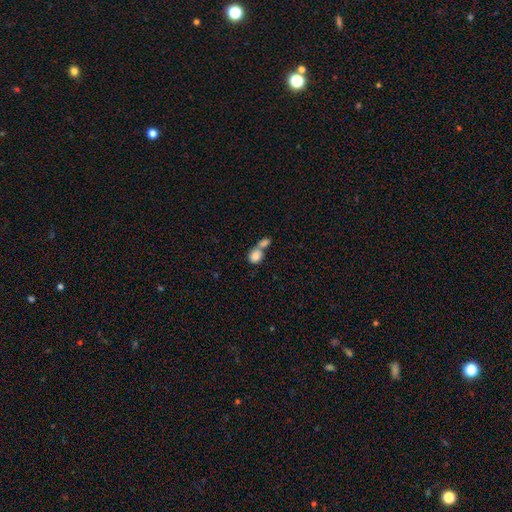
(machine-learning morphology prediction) A smooth galaxy with no disk features (83%) that is round (53%).

Vote fractions:
- Smooth or featured? smooth: 83% / featured or disk: 9% / star or artifact: 8%
- How rounded? round: 53% / in between: 45% / cigar-shaped: 2%
- Merging? merger: 65% / none: 24% / minor disturbance: 7% / major disturbance: 5%